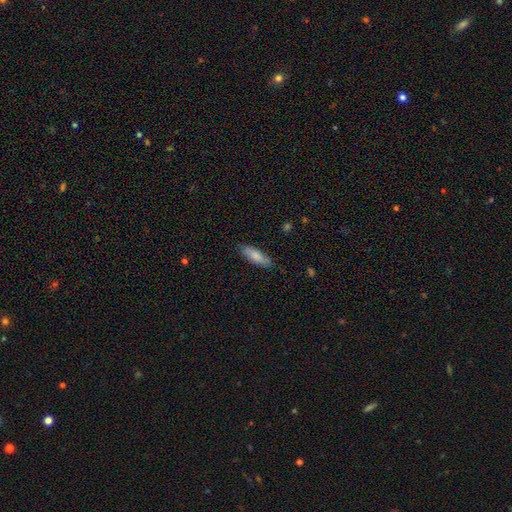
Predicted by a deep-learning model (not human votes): smooth_or_featured: smooth (p=0.79) [alt: featured or disk p=0.15]
how_rounded: in between (p=0.55) [alt: cigar-shaped p=0.44]
merging: none (p=0.83) [alt: minor disturbance p=0.14]